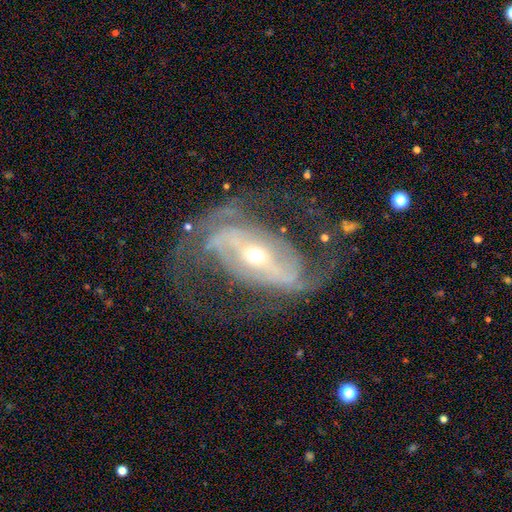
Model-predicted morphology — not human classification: Smooth or featured?
  - featured or disk: 88% *
  - star or artifact: 6%
  - smooth: 6%
Edge-on disk?
  - no: 94% *
  - yes: 6%
Bar?
  - strong: 55% *
  - weak: 27%
  - no: 18%
Spiral arms?
  - yes: 92% *
  - no: 8%
Spiral winding?
  - medium: 47% *
  - loose: 31%
  - tight: 22%
Spiral arm count?
  - 2: 81% *
  - can't tell: 8%
  - 3: 5%
  - 1: 3%
  - 4: 2%
  - more than 4: 2%
Bulge size?
  - small: 54% *
  - moderate: 41%
  - large: 3%
  - dominant: 1%
  - none: 1%
Merging?
  - none: 62% *
  - major disturbance: 20%
  - minor disturbance: 16%
  - merger: 2%